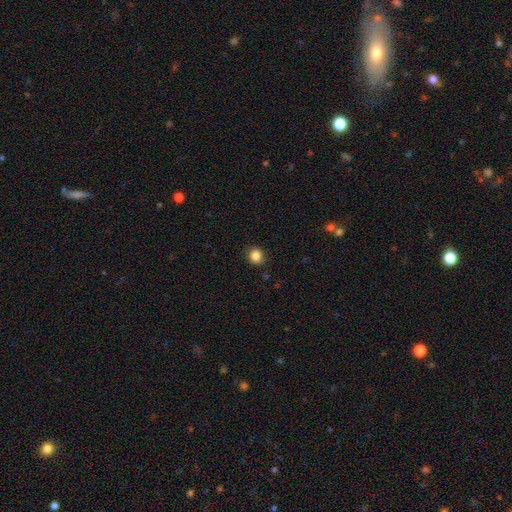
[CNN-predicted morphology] Smooth or featured? Predicted: smooth (p=0.86). How rounded? Predicted: round (p=0.84). Merging? Predicted: none (p=0.88).